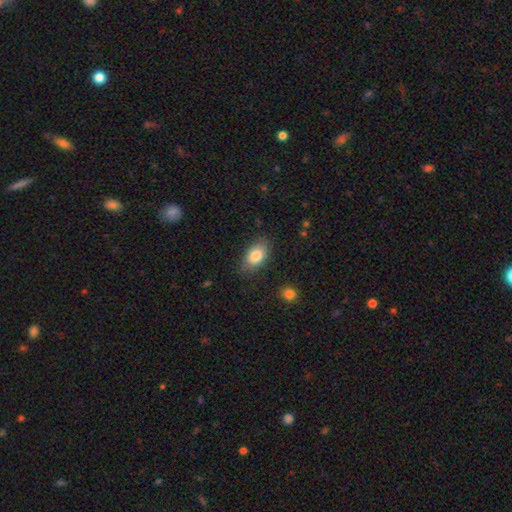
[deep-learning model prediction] Morphology: type=smooth (82%); roundness=in between (91%); merging=none (80%).